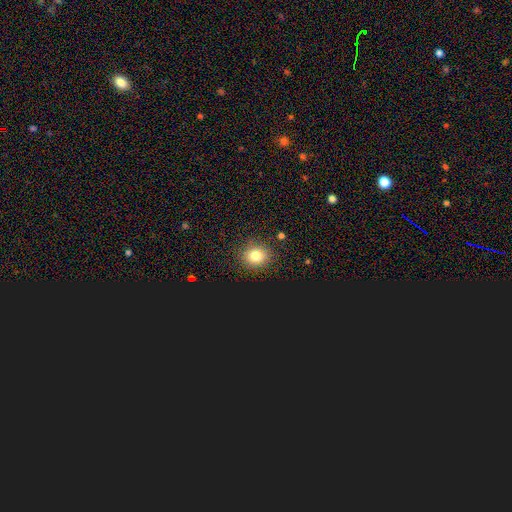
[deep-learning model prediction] Smooth or featured? smooth (77%)
How rounded? round (77%)
Merging? none (88%)